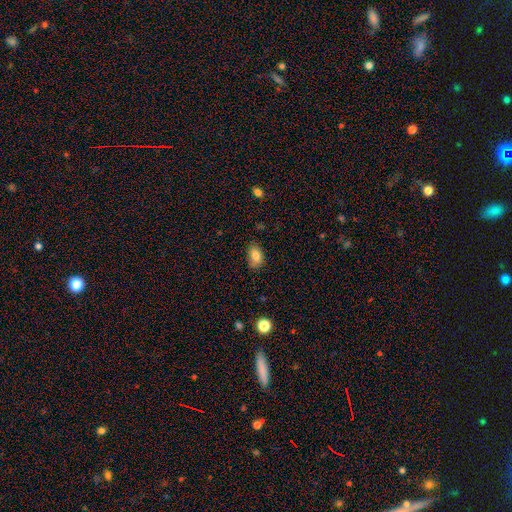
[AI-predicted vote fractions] Morphology: type=smooth (83%); roundness=in between (86%); merging=none (70%).